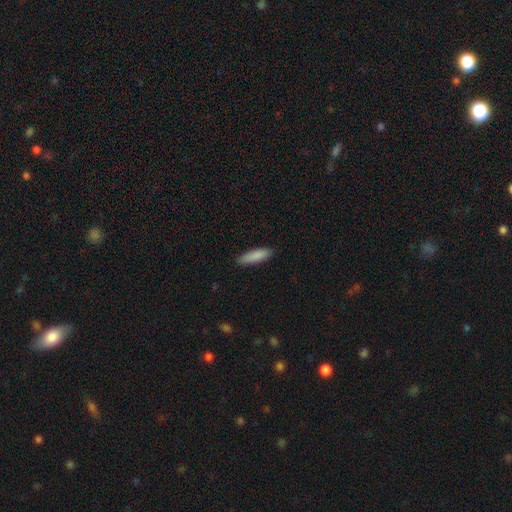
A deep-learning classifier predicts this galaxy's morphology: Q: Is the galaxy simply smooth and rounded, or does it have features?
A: smooth — 88%.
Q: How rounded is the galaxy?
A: cigar-shaped — 66%.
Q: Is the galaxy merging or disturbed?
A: none — 87%.